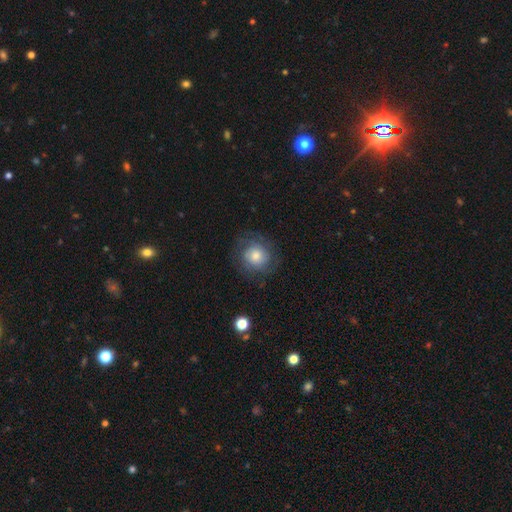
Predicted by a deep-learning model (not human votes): This is possibly a smooth galaxy (48%). Merging: likely none (77%).